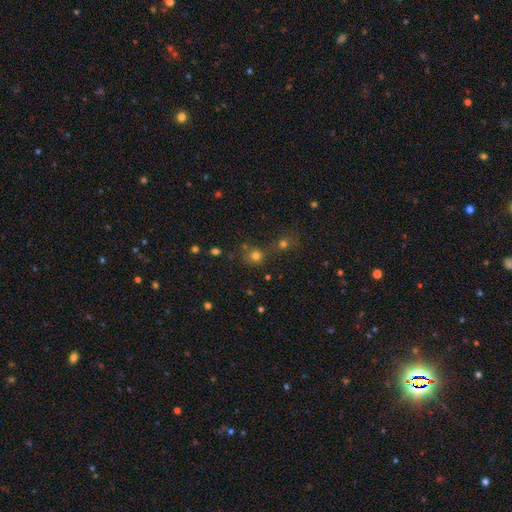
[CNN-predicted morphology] The model was most divided on "merging": none: 61%, merger: 25%, minor disturbance: 9%, major disturbance: 5%. More confident: how rounded — round (88%); smooth or featured — smooth (71%).